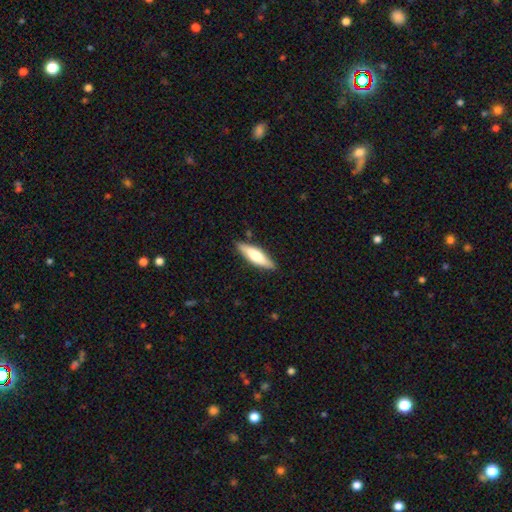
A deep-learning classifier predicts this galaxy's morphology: Q: Smooth or featured?
A: smooth (63%); runner-up: featured or disk (31%)
Q: How rounded?
A: cigar-shaped (58%); runner-up: in between (41%)
Q: Merging?
A: none (85%); runner-up: minor disturbance (11%)